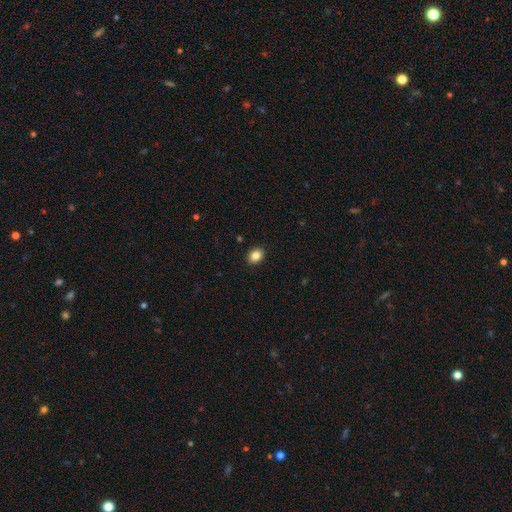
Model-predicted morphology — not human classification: This appears to be a smooth galaxy with no disk features (85%) that is in between round and cigar-shaped (56%). Merging: none (90%).